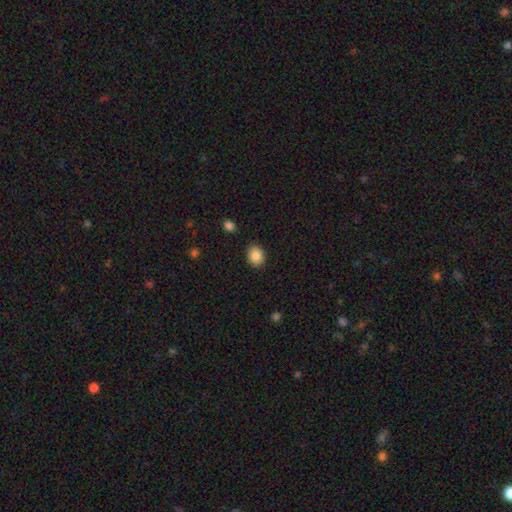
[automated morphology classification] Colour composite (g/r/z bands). It shows a smooth galaxy with no disk features (86%) that is round (52%). Merging: none (87%).